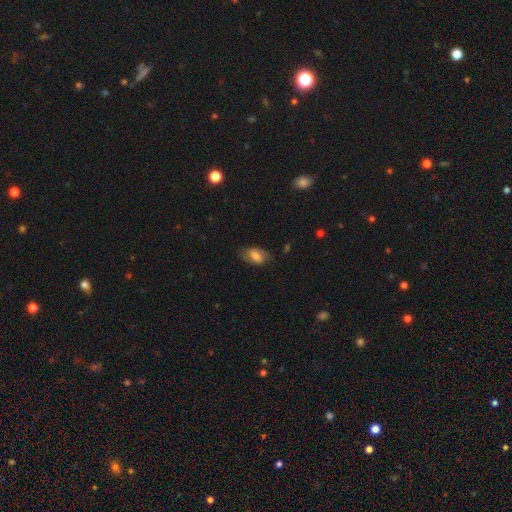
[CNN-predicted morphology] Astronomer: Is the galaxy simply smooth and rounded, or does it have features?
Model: smooth — 65%.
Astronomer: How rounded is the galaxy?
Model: in between — 89%.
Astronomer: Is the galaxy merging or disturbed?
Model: none — 71%.